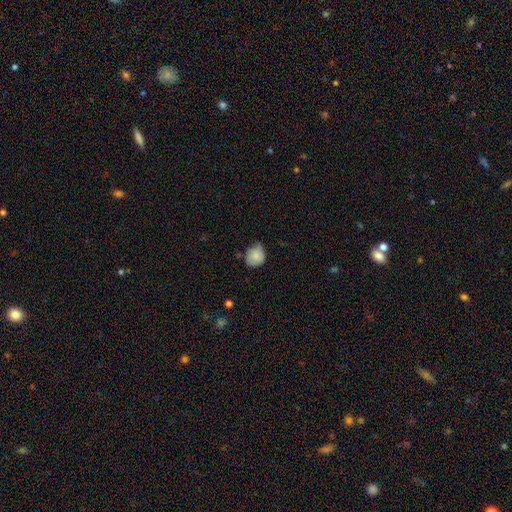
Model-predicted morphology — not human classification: Overall: smooth (83%). How rounded: round (76%). Merging: none (56%; minor disturbance 37%).